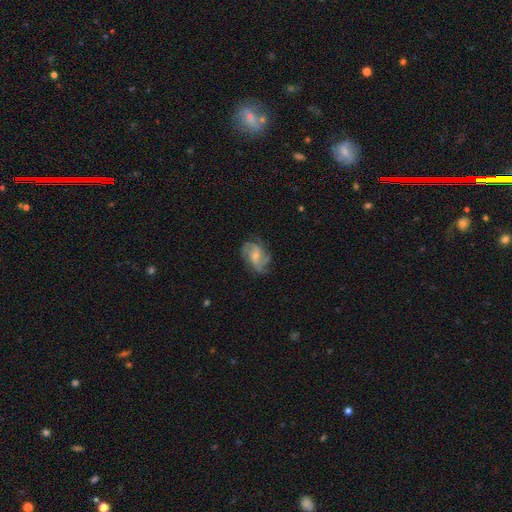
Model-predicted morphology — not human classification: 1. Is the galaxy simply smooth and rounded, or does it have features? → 77% featured or disk, 16% smooth, 7% star or artifact.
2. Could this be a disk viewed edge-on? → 98% no, 2% yes.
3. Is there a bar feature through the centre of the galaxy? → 52% no, 40% weak, 8% strong.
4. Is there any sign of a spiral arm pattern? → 94% yes, 6% no.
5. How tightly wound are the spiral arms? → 49% medium, 26% tight, 25% loose.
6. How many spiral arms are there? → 38% 3, 23% 2, 17% can't tell, 12% 4, 5% 1, 5% more than 4.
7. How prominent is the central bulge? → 58% small, 33% moderate, 7% none, 2% large, 1% dominant.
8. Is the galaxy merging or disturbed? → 66% none, 21% minor disturbance, 12% major disturbance, 1% merger.